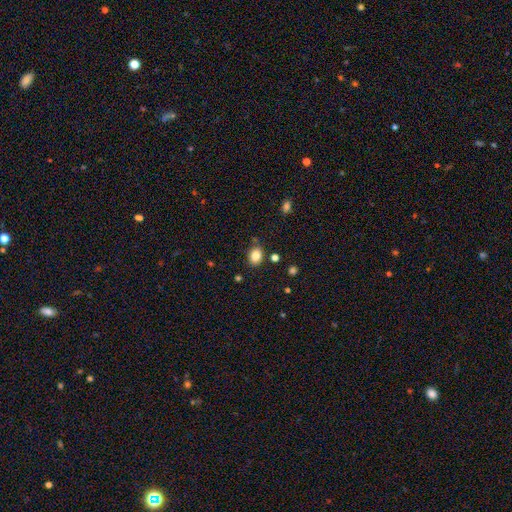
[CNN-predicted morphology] smooth 84%, star or artifact 10%, featured or disk 6%. Down the decision tree: how rounded — in between (57%); merging — none (79%).